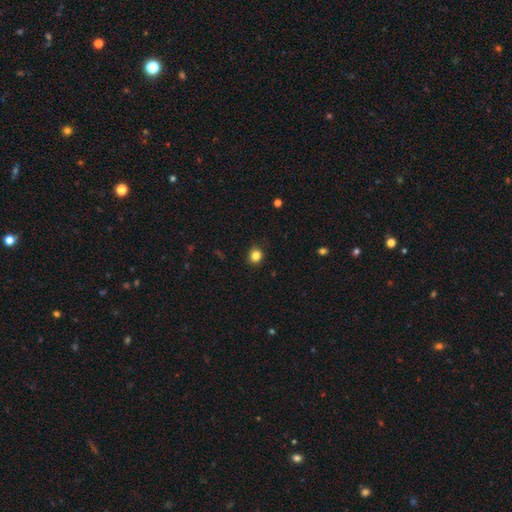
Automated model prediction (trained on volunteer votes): Smooth or featured? smooth (84%)
How rounded? round (83%)
Merging? none (89%)